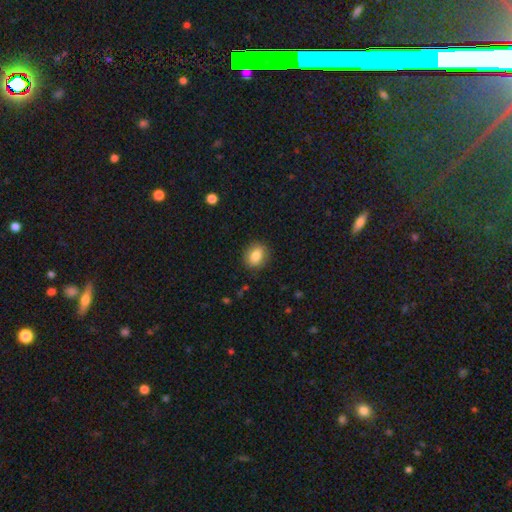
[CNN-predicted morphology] A smooth galaxy with no disk features (84%) that is round (56%).

Vote fractions:
- Smooth or featured? smooth: 84% / star or artifact: 9% / featured or disk: 8%
- How rounded? round: 56% / in between: 42% / cigar-shaped: 1%
- Merging? none: 88% / minor disturbance: 9% / major disturbance: 2% / merger: 1%